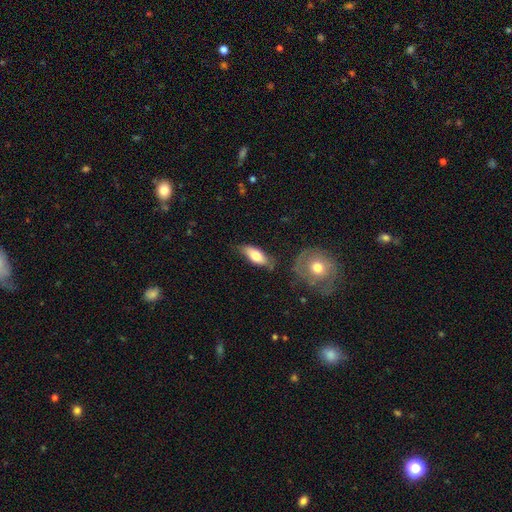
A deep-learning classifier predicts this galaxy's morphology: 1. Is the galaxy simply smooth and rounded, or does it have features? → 70% smooth, 24% featured or disk, 6% star or artifact.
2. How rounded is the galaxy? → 78% in between, 19% cigar-shaped, 3% round.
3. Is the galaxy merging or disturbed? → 67% none, 23% minor disturbance, 6% major disturbance, 5% merger.